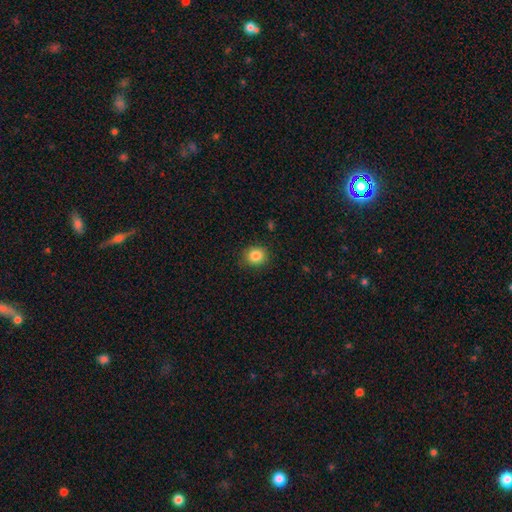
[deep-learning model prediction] Smooth or featured? Predicted: smooth (p=0.85). How rounded? Predicted: round (p=0.81). Merging? Predicted: none (p=0.87).